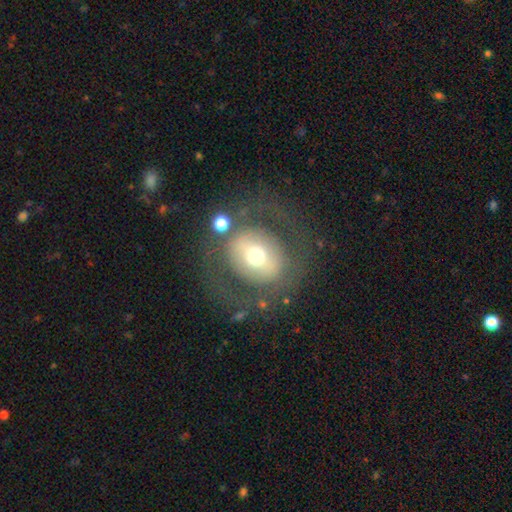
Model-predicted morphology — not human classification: smooth-or-featured: featured or disk: 46% | smooth: 44% | star or artifact: 10%
  merging: none: 68% | major disturbance: 15% | minor disturbance: 13% | merger: 4%